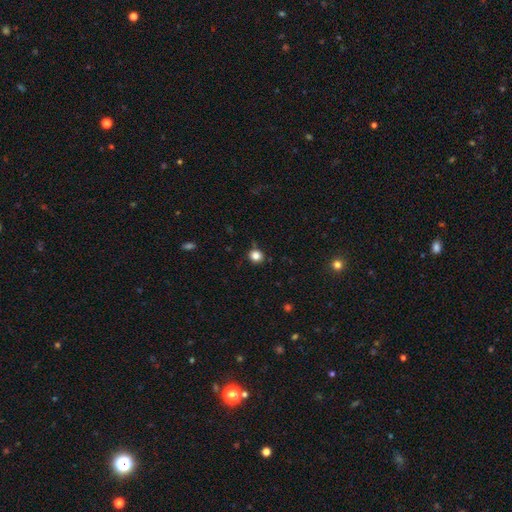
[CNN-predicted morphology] This appears to be a smooth galaxy with no disk features (83%) that is round (87%). Merging: none (84%).